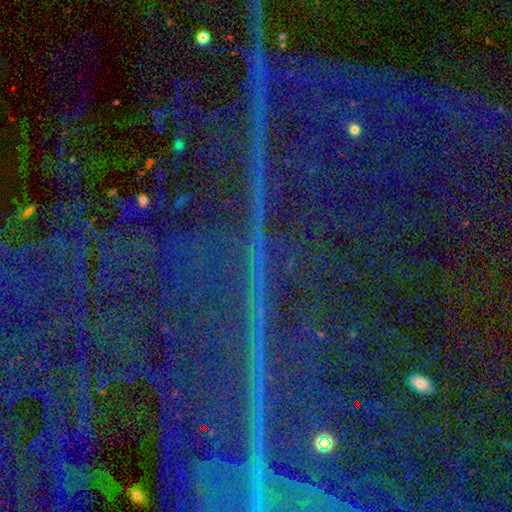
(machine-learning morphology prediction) type=star or artifact (87%).